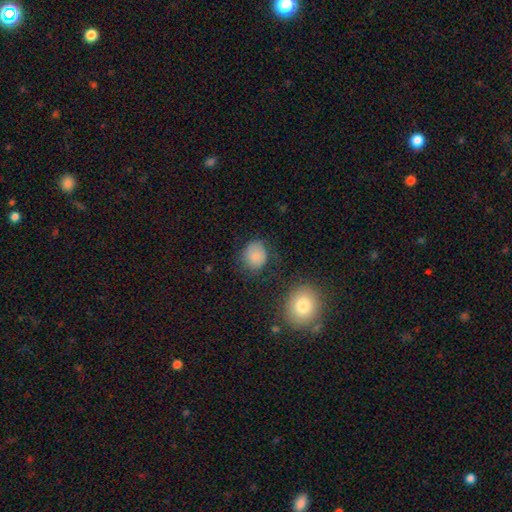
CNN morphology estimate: Smooth or featured? Predicted: smooth (p=0.84). How rounded? Predicted: round (p=0.70). Merging? Predicted: none (p=0.67).